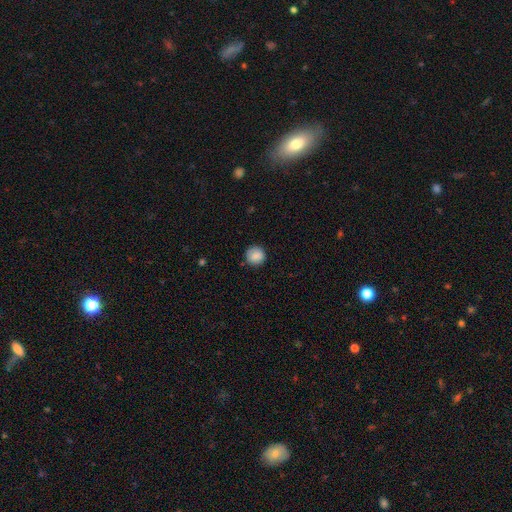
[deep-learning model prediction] smooth_or_featured: smooth (p=0.87) [alt: star or artifact p=0.08]
how_rounded: round (p=0.92) [alt: in between p=0.07]
merging: none (p=0.84) [alt: minor disturbance p=0.12]